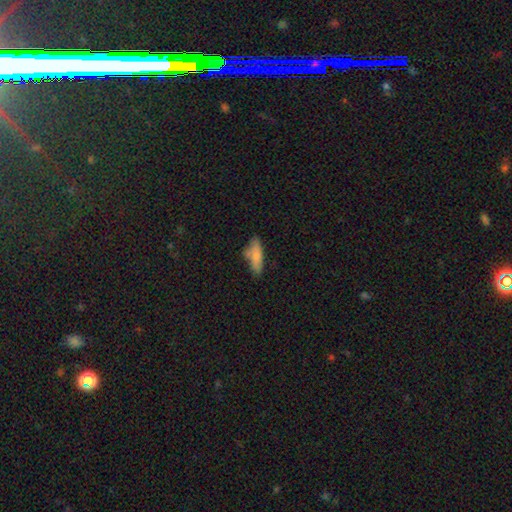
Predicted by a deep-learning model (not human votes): Morphology: type=smooth (80%); roundness=in between (52%); merging=none (59%).